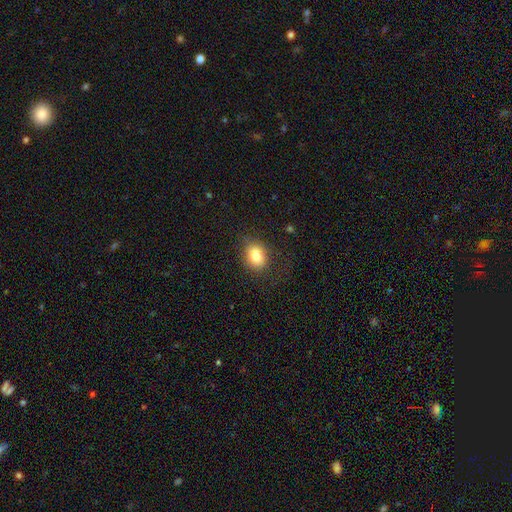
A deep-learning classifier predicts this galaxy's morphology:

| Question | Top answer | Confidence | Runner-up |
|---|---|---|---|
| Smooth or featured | smooth | 79% | star or artifact (11%) |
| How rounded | round | 51% | in between (48%) |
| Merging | none | 80% | minor disturbance (13%) |